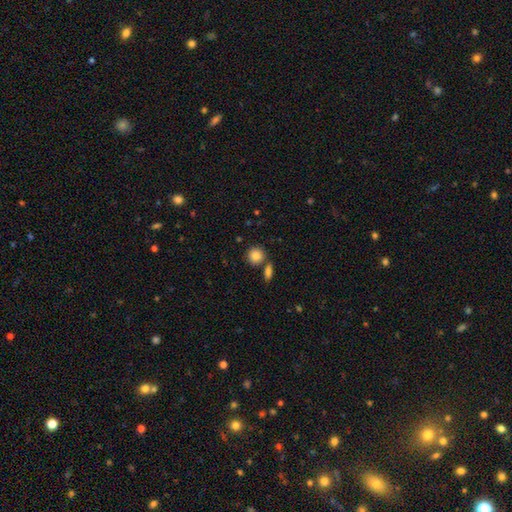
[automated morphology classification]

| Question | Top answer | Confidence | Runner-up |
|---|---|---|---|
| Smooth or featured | smooth | 85% | star or artifact (9%) |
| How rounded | round | 87% | in between (12%) |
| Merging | none | 73% | merger (16%) |